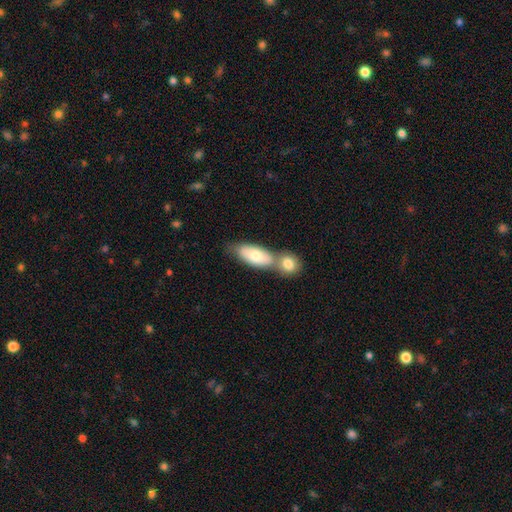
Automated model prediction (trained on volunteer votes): This is likely a smooth galaxy (70%). How rounded: likely in between (78%). Merging: possibly merger (57%).